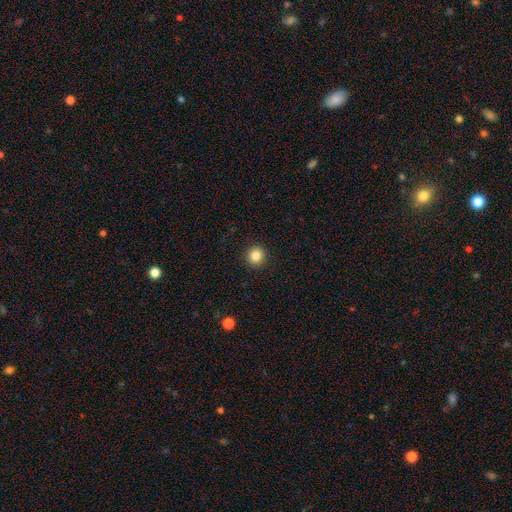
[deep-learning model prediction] This is clearly a smooth galaxy (84%). How rounded: clearly round (94%). Merging: clearly none (92%).